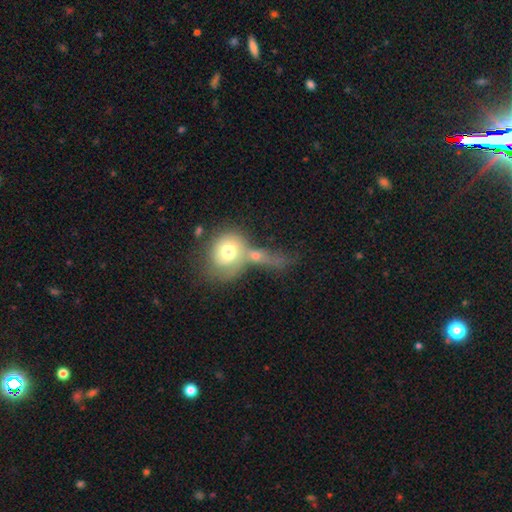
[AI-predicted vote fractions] Smooth or featured?
  - smooth: 54% *
  - featured or disk: 38%
  - star or artifact: 8%
How rounded?
  - round: 61% *
  - in between: 35%
  - cigar-shaped: 4%
Merging?
  - merger: 56% *
  - major disturbance: 18%
  - none: 17%
  - minor disturbance: 9%